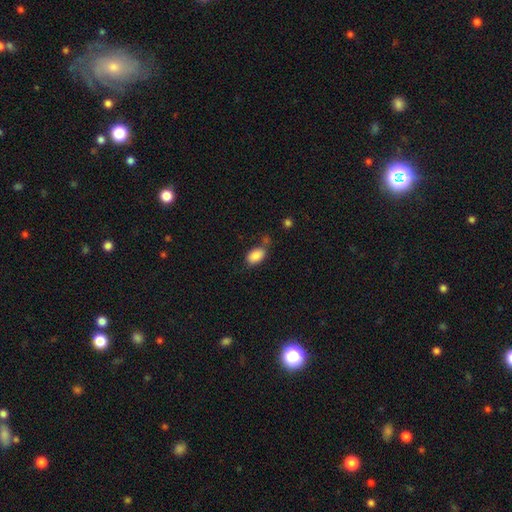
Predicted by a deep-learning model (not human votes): Smooth or featured? smooth (86%)
How rounded? in between (91%)
Merging? none (63%)